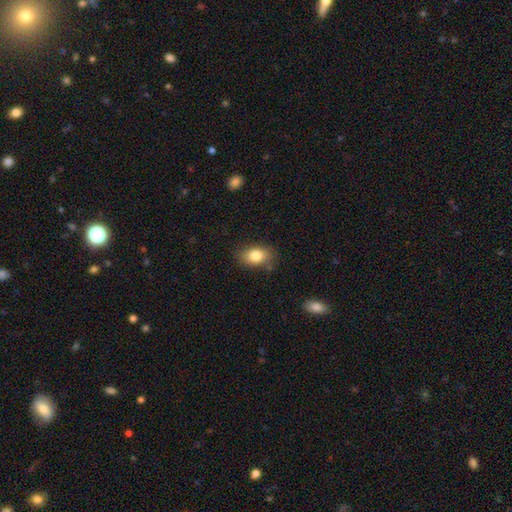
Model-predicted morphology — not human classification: type=smooth (83%); roundness=in between (83%); merging=none (81%).